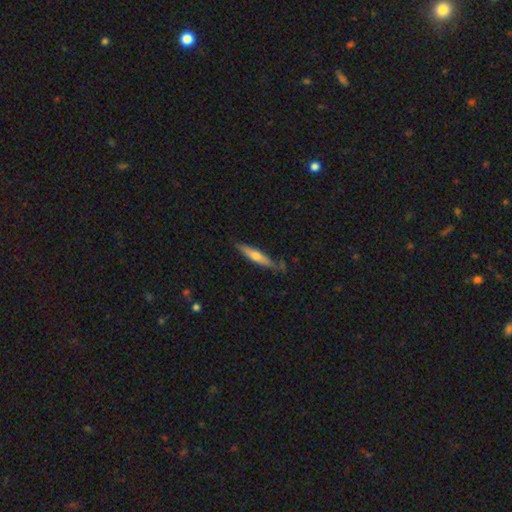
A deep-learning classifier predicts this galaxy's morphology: Smooth or featured?
  - smooth: 50% *
  - featured or disk: 44%
  - star or artifact: 6%
How rounded?
  - cigar-shaped: 87% *
  - in between: 12%
  - round: 2%
Merging?
  - none: 78% *
  - minor disturbance: 16%
  - major disturbance: 3%
  - merger: 3%